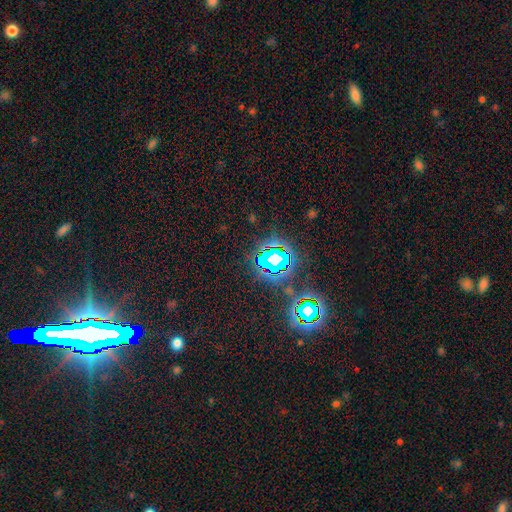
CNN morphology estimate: This is clearly a star or artifact rather than a galaxy (83%).